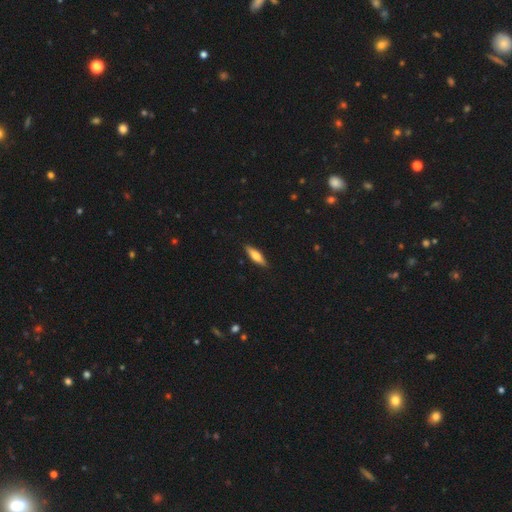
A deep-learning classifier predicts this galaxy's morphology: The model was most divided on "how rounded": cigar-shaped: 61%, in between: 37%, round: 2%. More confident: merging — none (89%); smooth or featured — smooth (61%).